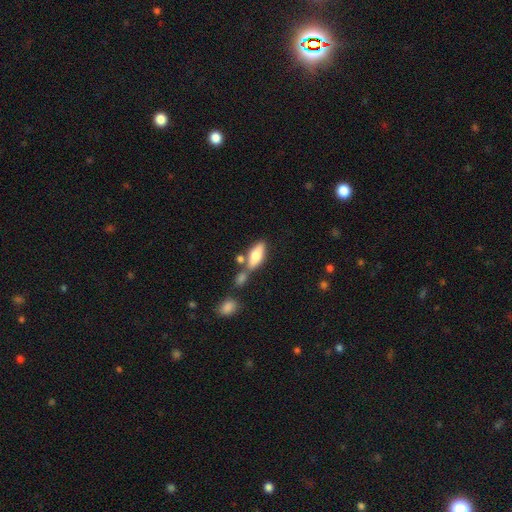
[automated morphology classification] Q: Smooth or featured?
A: smooth (68%); runner-up: featured or disk (25%)
Q: How rounded?
A: in between (71%); runner-up: cigar-shaped (26%)
Q: Merging?
A: none (55%); runner-up: merger (25%)